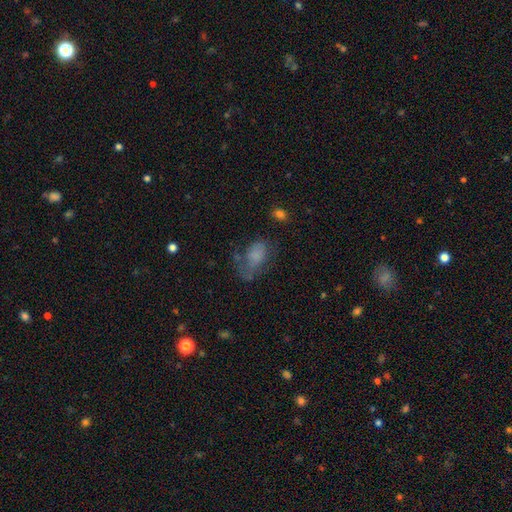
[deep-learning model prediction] A smooth galaxy with no disk features (62%) that is in between round and cigar-shaped (84%). Merging: major disturbance (35%, tied with none).